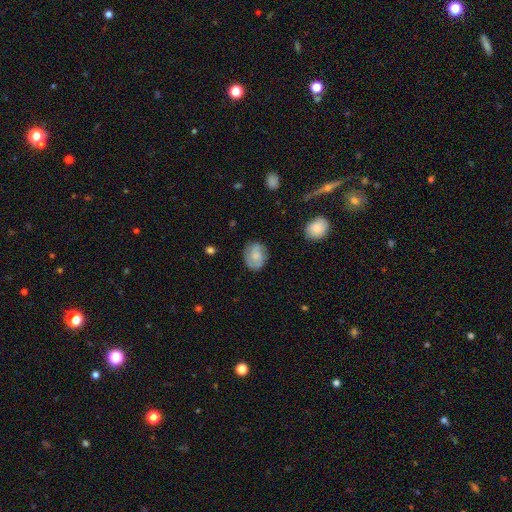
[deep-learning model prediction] Overall: smooth (47%; featured or disk 45%). Merging: none (74%).